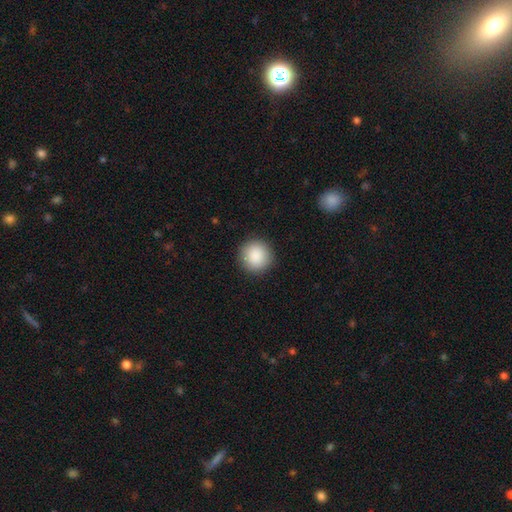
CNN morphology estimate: The model was most divided on "smooth or featured": smooth: 89%, star or artifact: 7%, featured or disk: 4%. More confident: how rounded — round (95%); merging — none (91%).